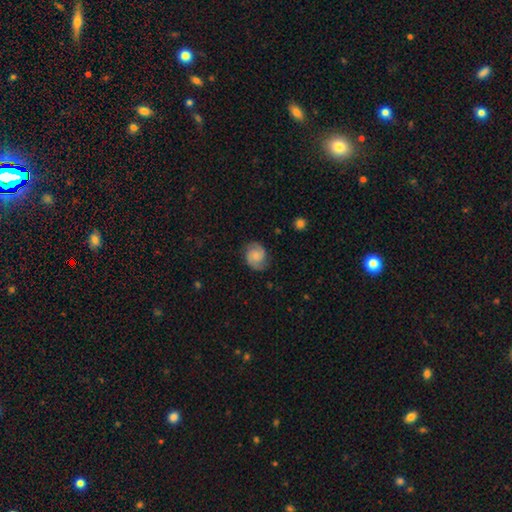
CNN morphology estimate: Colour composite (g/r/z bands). It shows a featured or disk galaxy (67%) with no bar (67%), 2 (90%) medium (45%) spiral arms (95%) and a small central bulge (47%). Merging: none (81%).